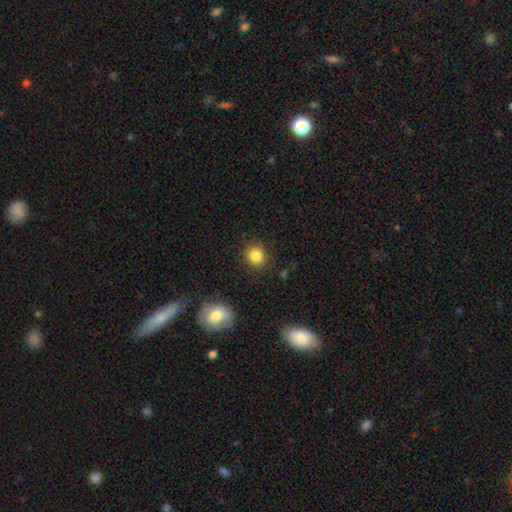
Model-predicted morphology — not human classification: smooth 85%, star or artifact 10%, featured or disk 5%. Down the decision tree: how rounded — round (83%); merging — none (88%).